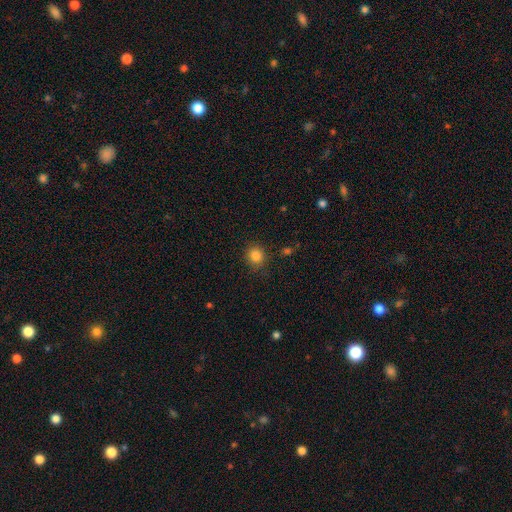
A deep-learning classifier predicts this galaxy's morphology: smooth 85%, star or artifact 11%, featured or disk 4%. Down the decision tree: how rounded — round (85%); merging — none (86%).